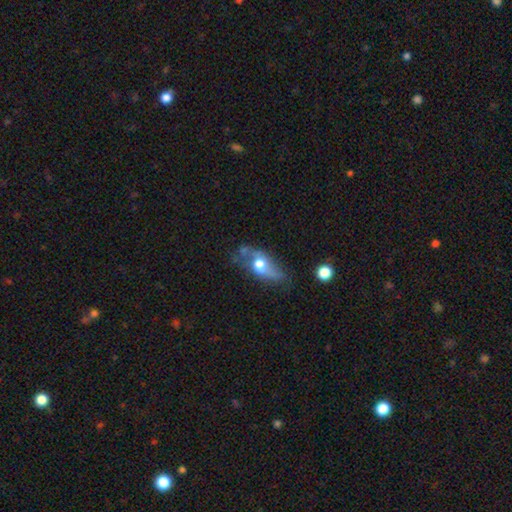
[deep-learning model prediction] Morphology: type=featured or disk (60%); edge-on=no (68%); merging=none (50%).